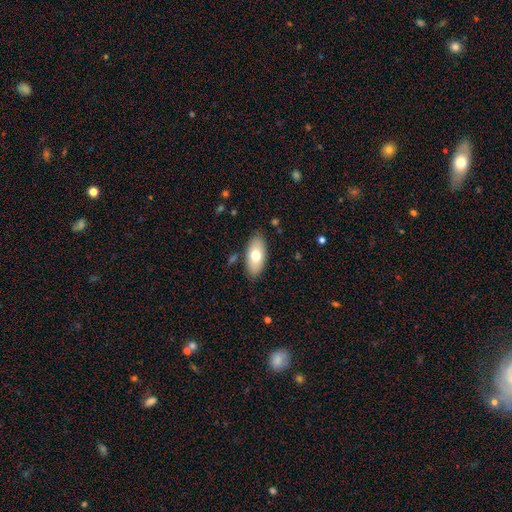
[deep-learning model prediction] This appears to be a smooth galaxy with no disk features (69%) that is in between round and cigar-shaped (91%). Merging: none (84%).